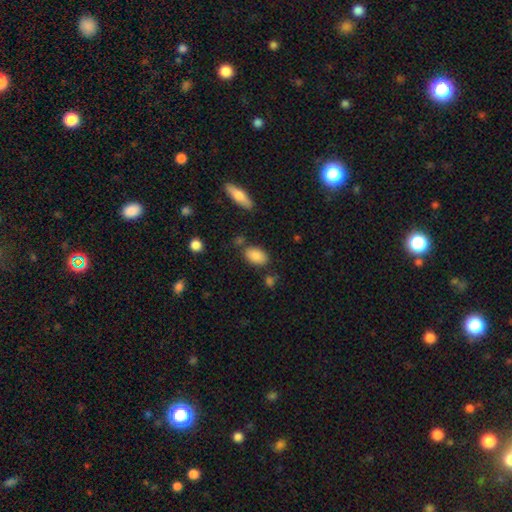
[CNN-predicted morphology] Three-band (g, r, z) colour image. It shows a smooth galaxy with no disk features (86%) that is in between round and cigar-shaped (91%). Merging: none (76%).